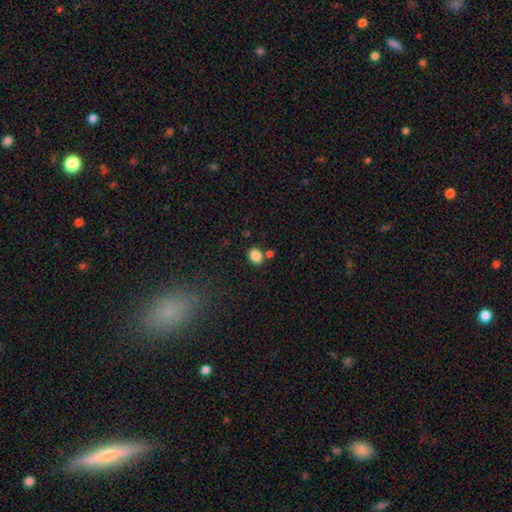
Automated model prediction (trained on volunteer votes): Morphology: type=smooth (86%); roundness=round (50%); merging=none (72%).